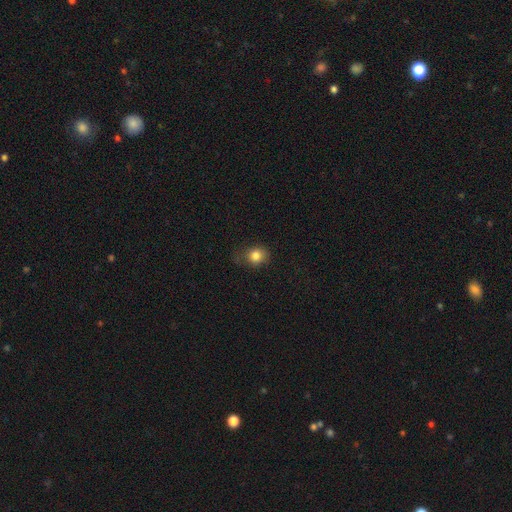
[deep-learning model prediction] Morphology: type=smooth (82%); roundness=round (73%); merging=none (68%).